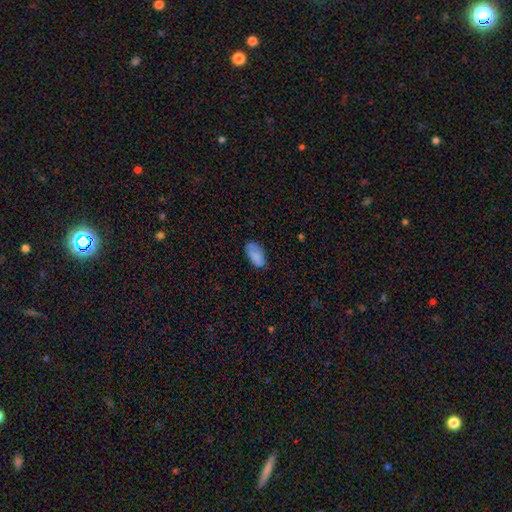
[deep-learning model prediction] A smooth galaxy with no disk features (81%) that is in between round and cigar-shaped (94%).

Vote fractions:
- Smooth or featured? smooth: 81% / featured or disk: 10% / star or artifact: 8%
- How rounded? in between: 94% / cigar-shaped: 3% / round: 3%
- Merging? none: 69% / minor disturbance: 24% / major disturbance: 6% / merger: 2%